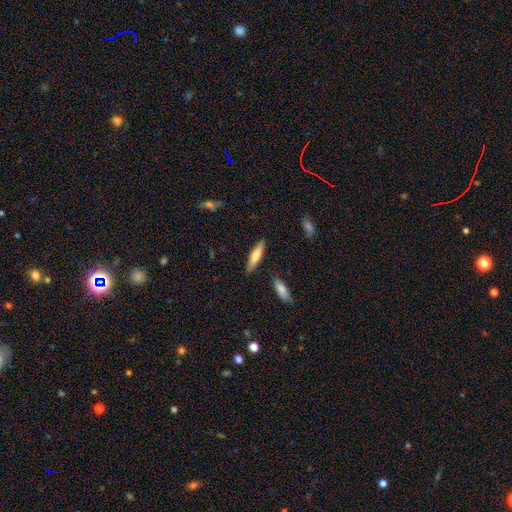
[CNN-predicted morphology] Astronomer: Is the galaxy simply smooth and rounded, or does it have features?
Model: smooth — 69%.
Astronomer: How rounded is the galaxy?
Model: cigar-shaped — 73%.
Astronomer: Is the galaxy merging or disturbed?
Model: none — 85%.